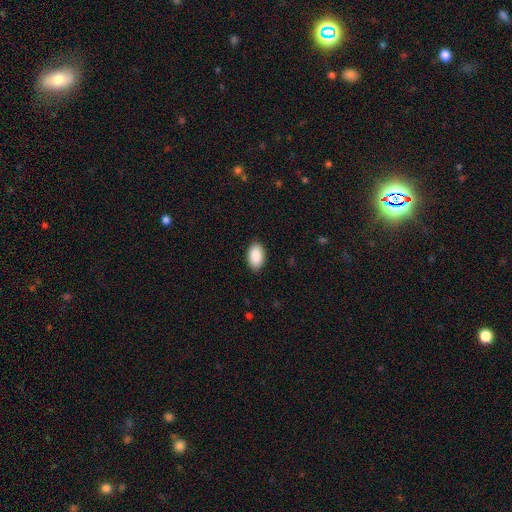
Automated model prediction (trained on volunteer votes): The model was most divided on "merging": none: 89%, minor disturbance: 8%, major disturbance: 2%, merger: 1%. More confident: how rounded — in between (94%); smooth or featured — smooth (90%).